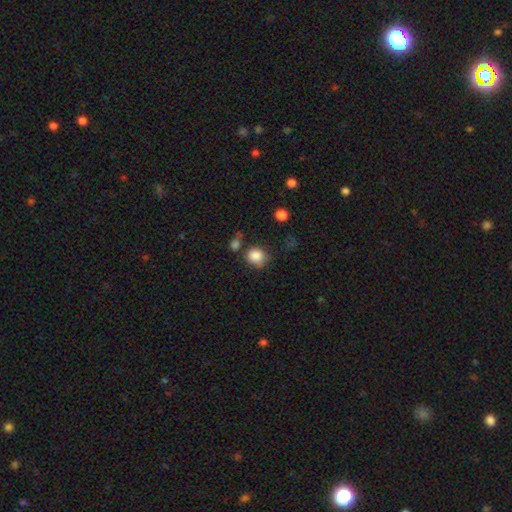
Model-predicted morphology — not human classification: A smooth galaxy with no disk features (86%) that is round (80%). Merging: none (64%).